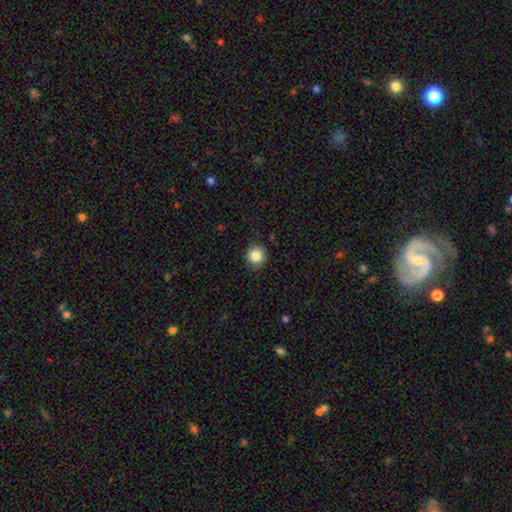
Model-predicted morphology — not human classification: Smooth or featured?
  - smooth: 85% *
  - star or artifact: 10%
  - featured or disk: 5%
How rounded?
  - round: 93% *
  - in between: 6%
  - cigar-shaped: 1%
Merging?
  - none: 89% *
  - minor disturbance: 8%
  - major disturbance: 2%
  - merger: 1%